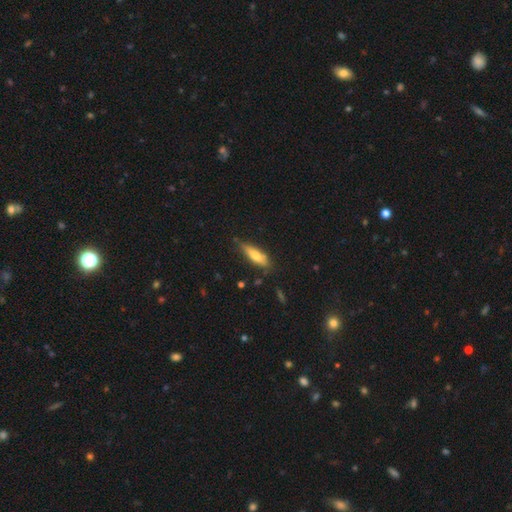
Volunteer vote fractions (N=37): smooth_or_featured: featured or disk (p=0.57) [alt: smooth p=0.41]
disk_edge_on: yes (p=0.90) [alt: no p=0.10]
edge_on_bulge: rounded (p=0.84) [alt: boxy p=0.11]
merging: none (p=0.75) [alt: minor disturbance p=0.19]